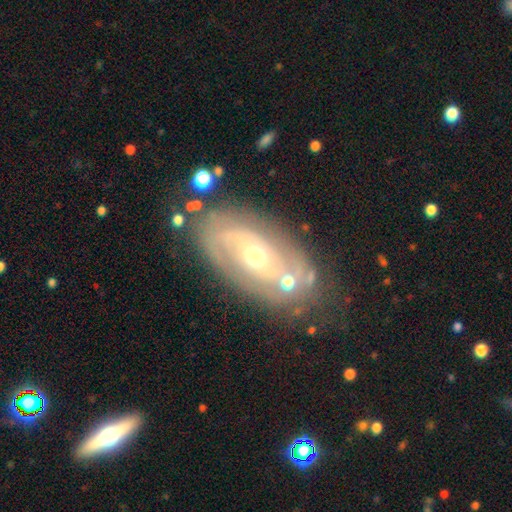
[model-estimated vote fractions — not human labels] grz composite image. It shows a featured or disk galaxy (77%) with no bar (62%), 2 (54%) tight (55%) spiral arms (74%) and a moderate central bulge (69%). Merging: none (73%).